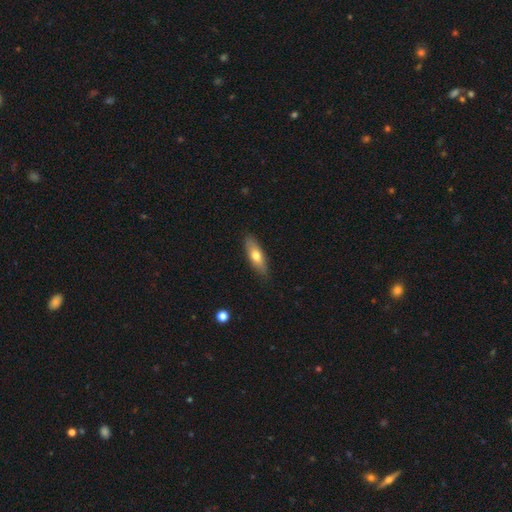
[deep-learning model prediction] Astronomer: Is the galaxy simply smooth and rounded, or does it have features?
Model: smooth — 66%.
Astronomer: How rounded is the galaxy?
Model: in between — 58% (runner-up: cigar-shaped, 39%).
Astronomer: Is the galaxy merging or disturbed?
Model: none — 85%.